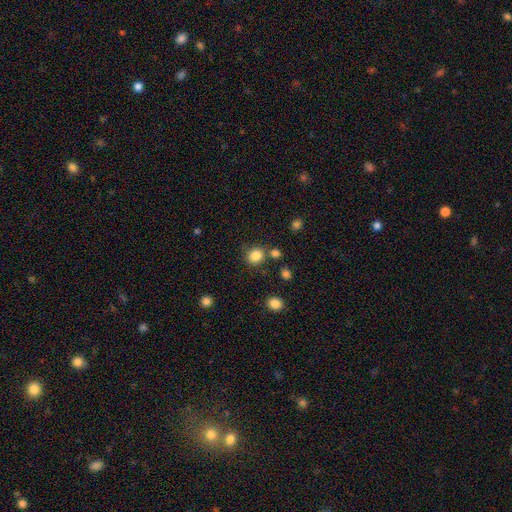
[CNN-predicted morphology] A smooth galaxy with no disk features (84%) that is round (84%). Merging: none (76%).